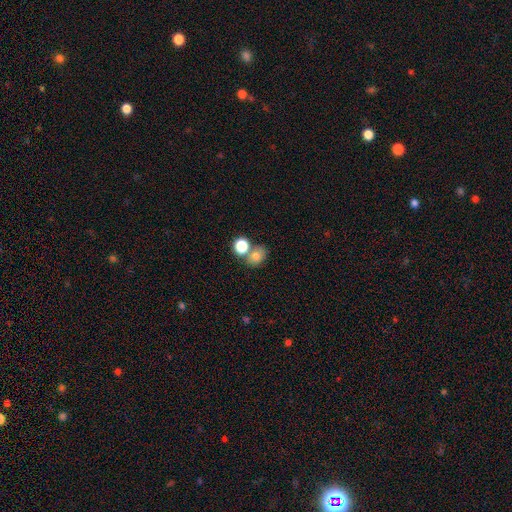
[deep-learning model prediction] smooth 76%, star or artifact 14%, featured or disk 10%. Down the decision tree: how rounded — round (54%); merging — none (53%).